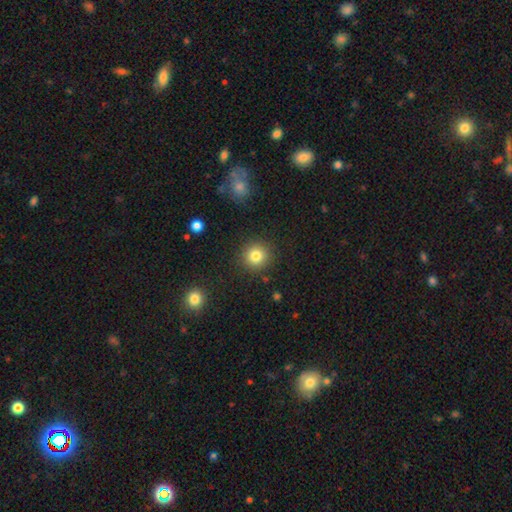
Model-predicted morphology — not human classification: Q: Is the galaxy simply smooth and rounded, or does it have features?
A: smooth — 82%.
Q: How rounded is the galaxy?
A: round — 92%.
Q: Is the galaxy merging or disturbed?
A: none — 89%.